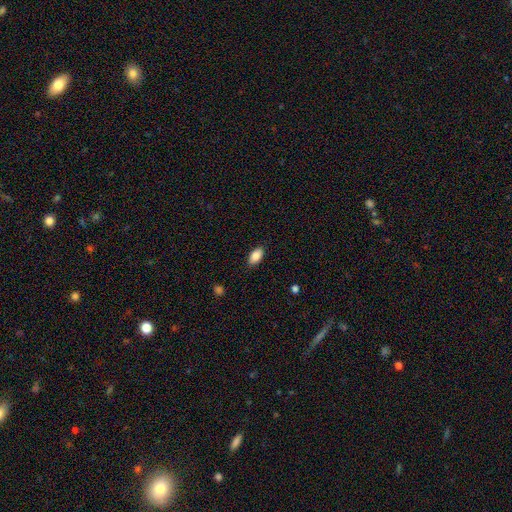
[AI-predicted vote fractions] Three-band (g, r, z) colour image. It shows a smooth galaxy with no disk features (87%) that is in between round and cigar-shaped (92%). Merging: none (87%).